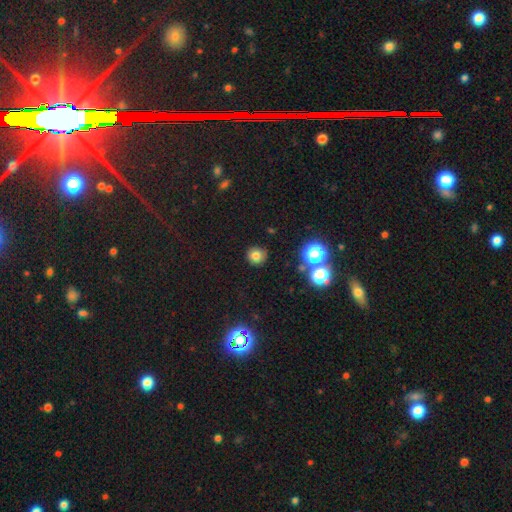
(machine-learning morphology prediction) type=smooth (77%); roundness=round (92%); merging=none (87%).